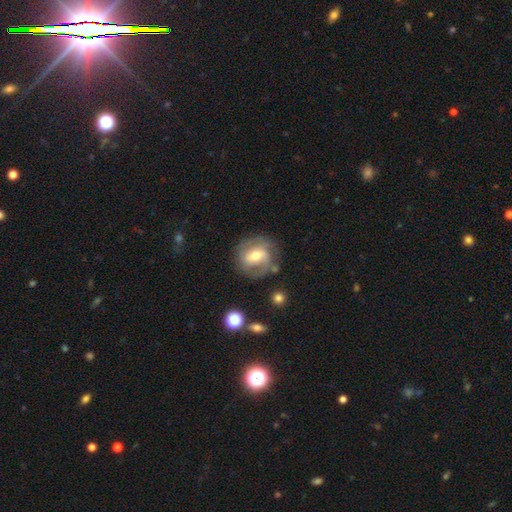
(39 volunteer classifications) A featured or disk galaxy (72%) with a weak bar (65%), 2 (43%) medium (57%) spiral arms (88%) and a moderate central bulge (73%).

Vote fractions:
- Smooth or featured? featured or disk: 72% / smooth: 21% / star or artifact: 8%
- Edge-on disk? no: 93% / yes: 7%
- Bar? weak: 65% / strong: 19% / no: 15%
- Spiral arms? yes: 88% / no: 12%
- Spiral winding? medium: 57% / tight: 22% / loose: 22%
- Spiral arm count? 2: 43% / can't tell: 26% / 1: 17% / 3: 13% / 4: 0% / more than 4: 0%
- Bulge size? moderate: 73% / small: 27% / dominant: 0% / large: 0% / none: 0%
- Merging? none: 78% / merger: 14% / minor disturbance: 8% / major disturbance: 0%